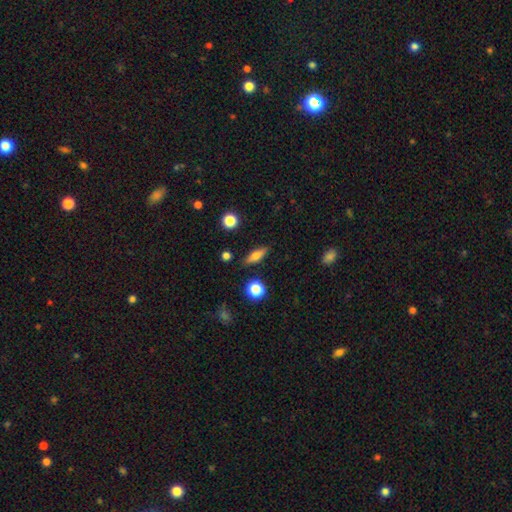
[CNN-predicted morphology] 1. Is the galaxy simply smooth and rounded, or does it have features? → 58% smooth, 33% featured or disk, 9% star or artifact.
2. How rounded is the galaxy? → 47% in between, 45% cigar-shaped, 8% round.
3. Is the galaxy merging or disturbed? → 86% none, 9% minor disturbance, 3% major disturbance, 2% merger.